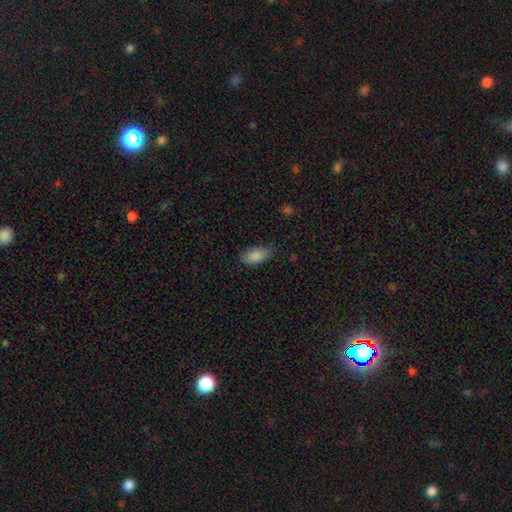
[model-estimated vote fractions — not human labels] Morphology: type=smooth (87%); roundness=in between (92%); merging=none (73%).